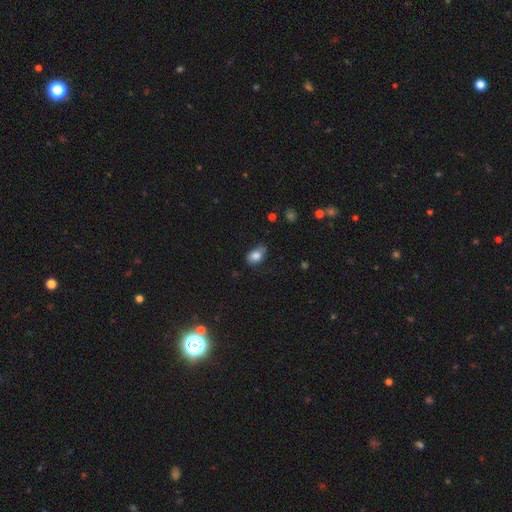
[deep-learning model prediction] Smooth or featured? smooth (83%)
How rounded? in between (79%)
Merging? none (52%)